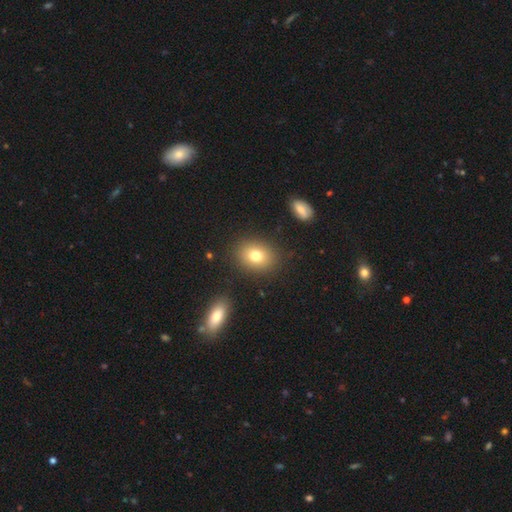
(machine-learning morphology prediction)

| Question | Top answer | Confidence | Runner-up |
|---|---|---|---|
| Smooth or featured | smooth | 76% | featured or disk (12%) |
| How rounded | in between | 56% | round (43%) |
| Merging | none | 86% | minor disturbance (9%) |